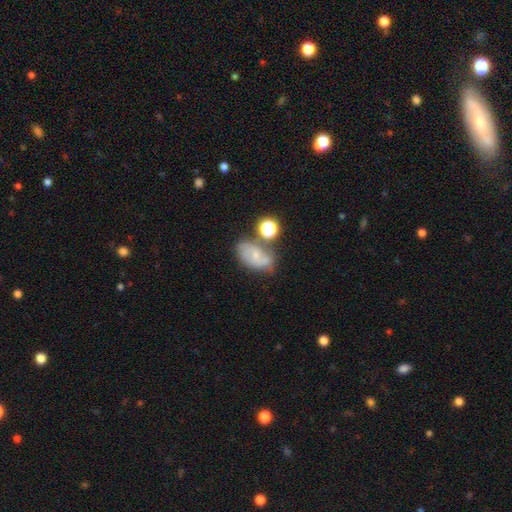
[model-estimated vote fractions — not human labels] Smooth or featured? featured or disk (46%)
Merging? none (47%)